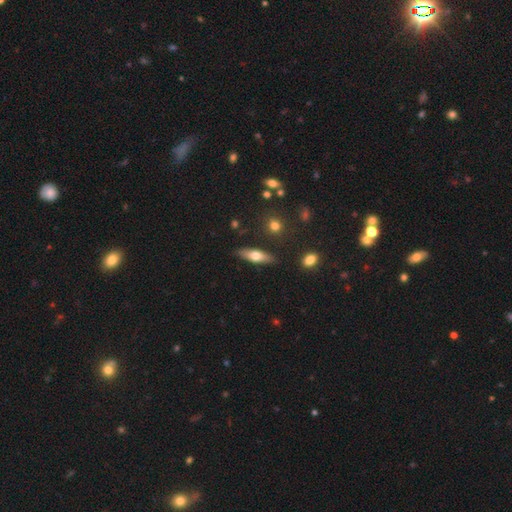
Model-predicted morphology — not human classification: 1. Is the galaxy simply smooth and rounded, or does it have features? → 58% smooth, 35% featured or disk, 6% star or artifact.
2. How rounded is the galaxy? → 54% cigar-shaped, 43% in between, 3% round.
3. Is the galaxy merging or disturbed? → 85% none, 11% minor disturbance, 2% major disturbance, 2% merger.